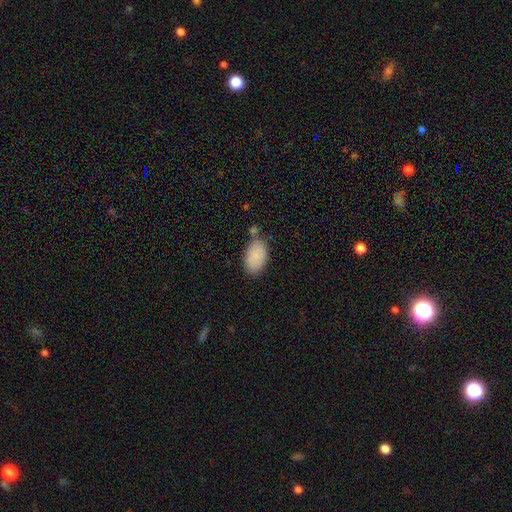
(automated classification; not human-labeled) Smooth or featured?
  - smooth: 87% *
  - star or artifact: 7%
  - featured or disk: 6%
How rounded?
  - in between: 95% *
  - round: 4%
  - cigar-shaped: 1%
Merging?
  - none: 70% *
  - minor disturbance: 18%
  - merger: 9%
  - major disturbance: 4%